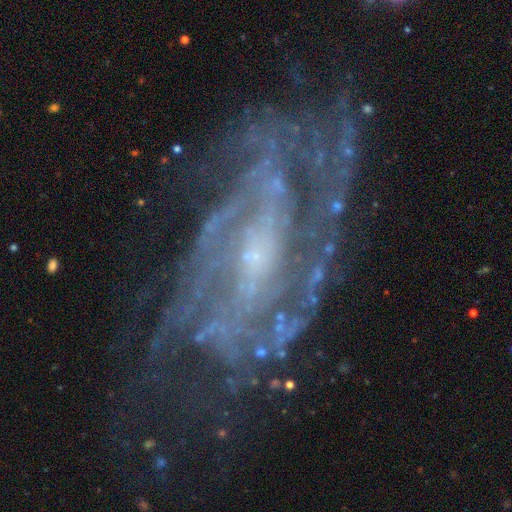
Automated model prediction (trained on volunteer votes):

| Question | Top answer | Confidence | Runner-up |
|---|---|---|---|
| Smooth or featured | featured or disk | 88% | star or artifact (7%) |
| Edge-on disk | no | 94% | yes (6%) |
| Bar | no | 50% | weak (36%) |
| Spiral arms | yes | 93% | no (7%) |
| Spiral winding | tight | 49% | medium (39%) |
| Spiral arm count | can't tell | 32% | 2 (27%) |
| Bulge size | small | 78% | moderate (14%) |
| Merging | none | 65% | minor disturbance (19%) |